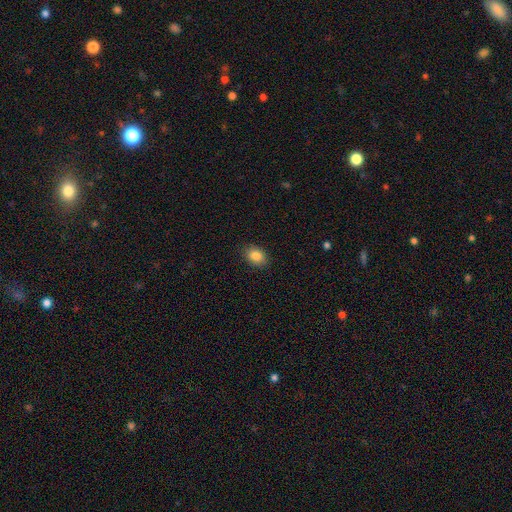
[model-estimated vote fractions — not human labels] Morphology: type=smooth (86%); roundness=in between (74%); merging=none (87%).